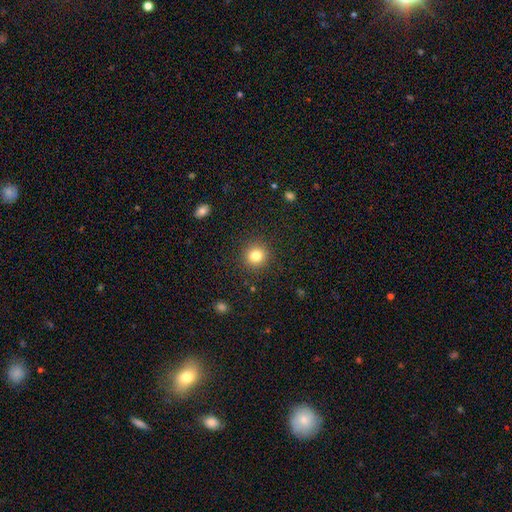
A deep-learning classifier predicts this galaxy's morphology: A smooth galaxy with no disk features (81%) that is round (92%).

Vote fractions:
- Smooth or featured? smooth: 81% / star or artifact: 12% / featured or disk: 7%
- How rounded? round: 92% / in between: 7% / cigar-shaped: 1%
- Merging? none: 90% / minor disturbance: 6% / major disturbance: 3% / merger: 1%